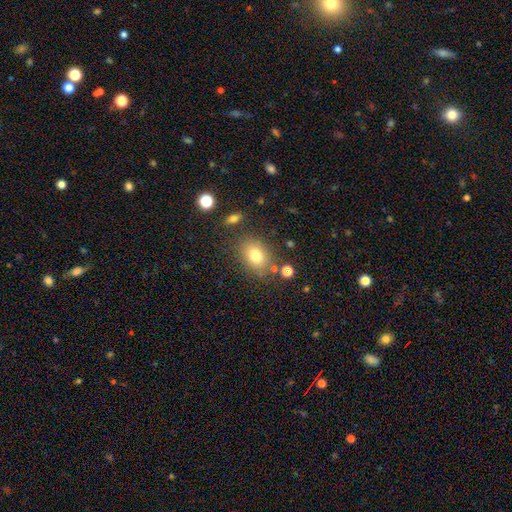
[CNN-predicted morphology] This is likely a smooth galaxy (77%). How rounded: likely in between (67%). Merging: likely none (77%).